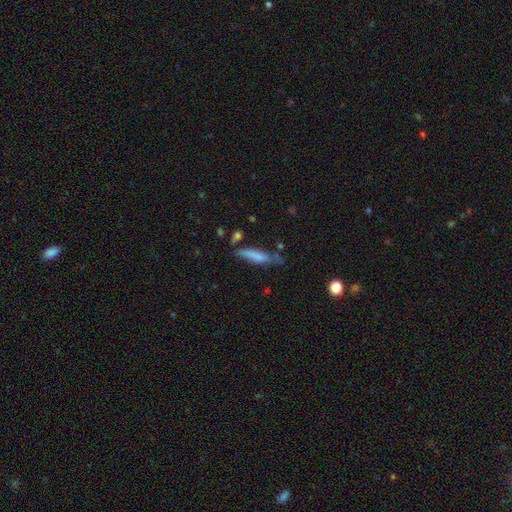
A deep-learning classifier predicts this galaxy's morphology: A smooth galaxy with no disk features (69%) that is cigar-shaped (78%).

Vote fractions:
- Smooth or featured? smooth: 69% / featured or disk: 24% / star or artifact: 7%
- How rounded? cigar-shaped: 78% / in between: 21% / round: 2%
- Merging? none: 59% / minor disturbance: 27% / major disturbance: 8% / merger: 6%